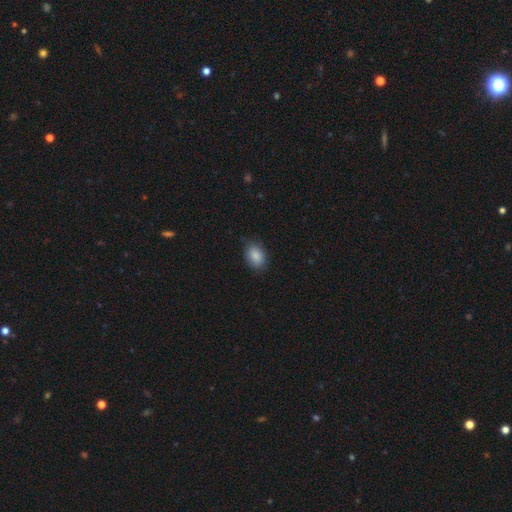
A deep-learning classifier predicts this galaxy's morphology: A smooth galaxy with no disk features (87%) that is in between round and cigar-shaped (80%).

Vote fractions:
- Smooth or featured? smooth: 87% / star or artifact: 8% / featured or disk: 5%
- How rounded? in between: 80% / round: 19% / cigar-shaped: 1%
- Merging? none: 78% / minor disturbance: 17% / major disturbance: 3% / merger: 1%